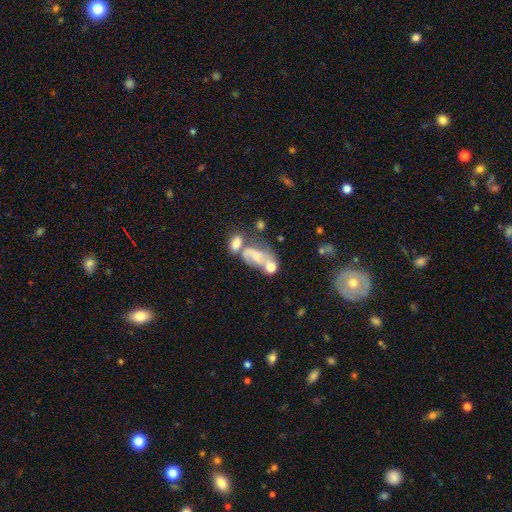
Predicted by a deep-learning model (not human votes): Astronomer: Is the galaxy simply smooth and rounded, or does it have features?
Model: featured or disk — 47% (runner-up: smooth, 38%).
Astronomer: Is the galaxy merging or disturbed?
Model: merger — 42% (runner-up: none, 25%).